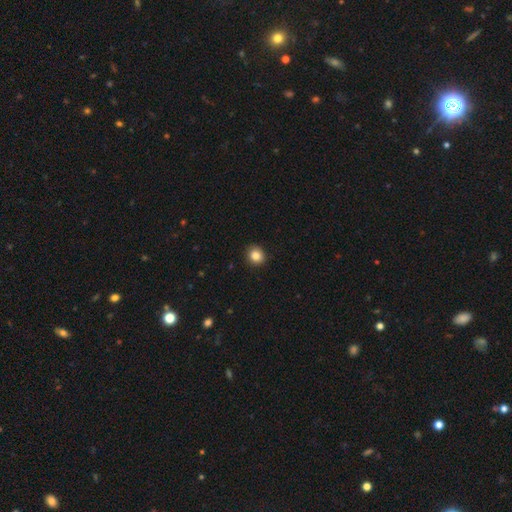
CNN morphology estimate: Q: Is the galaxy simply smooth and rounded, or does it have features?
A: smooth — 86%.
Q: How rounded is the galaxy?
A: round — 76%.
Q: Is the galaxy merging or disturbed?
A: none — 89%.